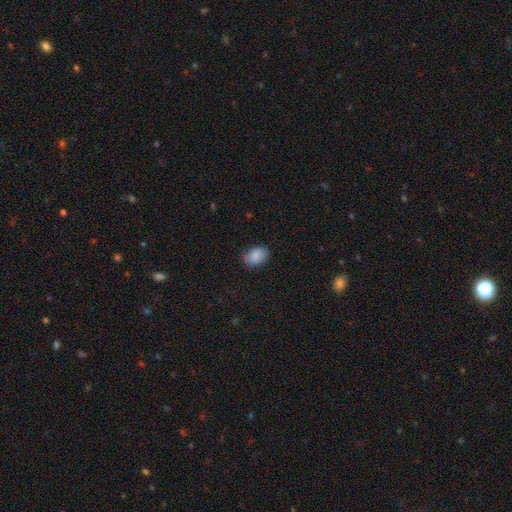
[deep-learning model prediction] This appears to be a smooth galaxy with no disk features (87%) that is in between round and cigar-shaped (79%). Merging: none (80%).